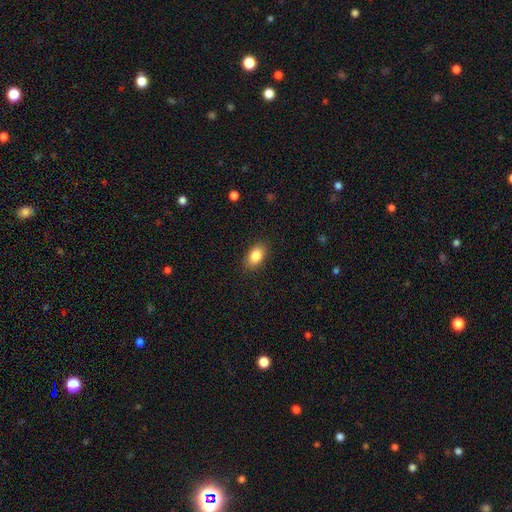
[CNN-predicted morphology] Smooth or featured: smooth — 85% (star or artifact — 8%)
How rounded: in between — 89% (round — 9%)
Merging: none — 87% (minor disturbance — 9%)